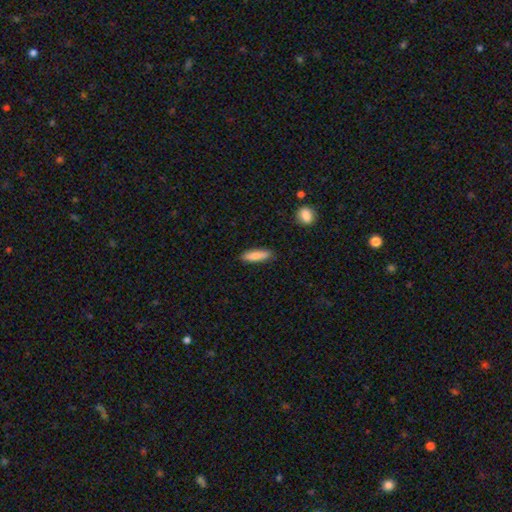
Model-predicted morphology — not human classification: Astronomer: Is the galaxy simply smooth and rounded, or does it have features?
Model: smooth — 83%.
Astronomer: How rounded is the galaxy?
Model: cigar-shaped — 67%.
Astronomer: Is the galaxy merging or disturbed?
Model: none — 87%.